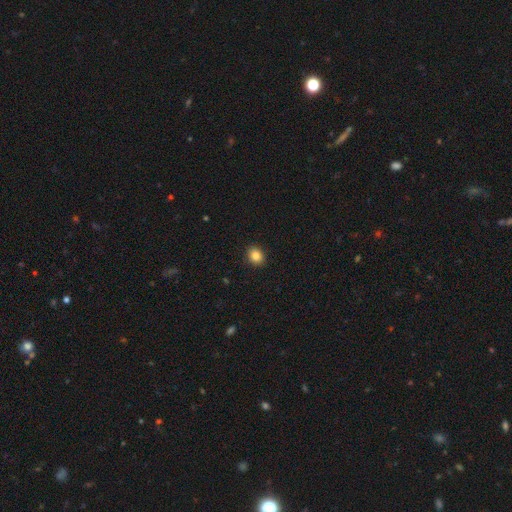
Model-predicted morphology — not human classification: smooth_or_featured: smooth (p=0.84) [alt: star or artifact p=0.10]
how_rounded: round (p=0.63) [alt: in between p=0.36]
merging: none (p=0.91) [alt: minor disturbance p=0.06]